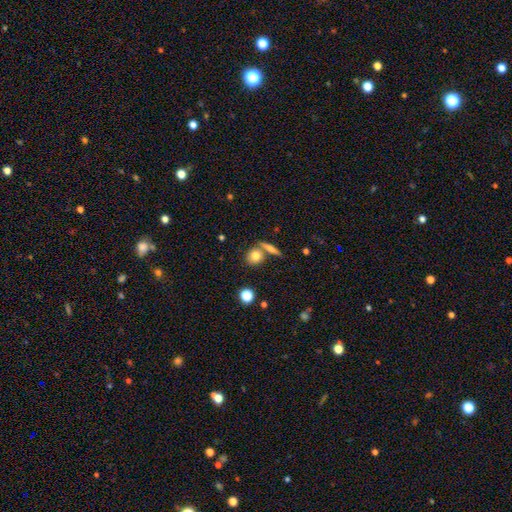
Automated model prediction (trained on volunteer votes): Q: Smooth or featured?
A: smooth (78%); runner-up: featured or disk (12%)
Q: How rounded?
A: round (70%); runner-up: in between (26%)
Q: Merging?
A: none (65%); runner-up: merger (22%)